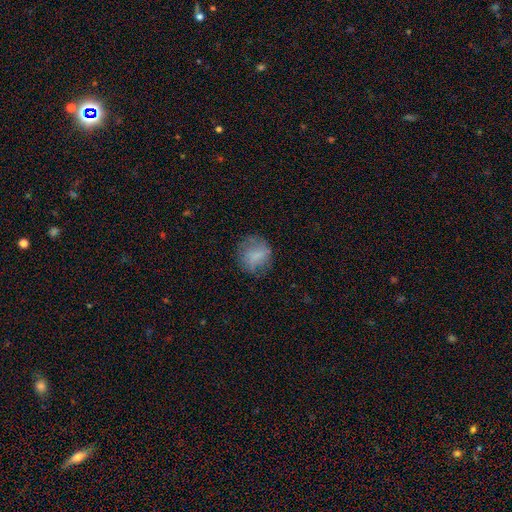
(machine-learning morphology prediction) Overall: smooth (76%). How rounded: round (77%). Merging: none (72%).